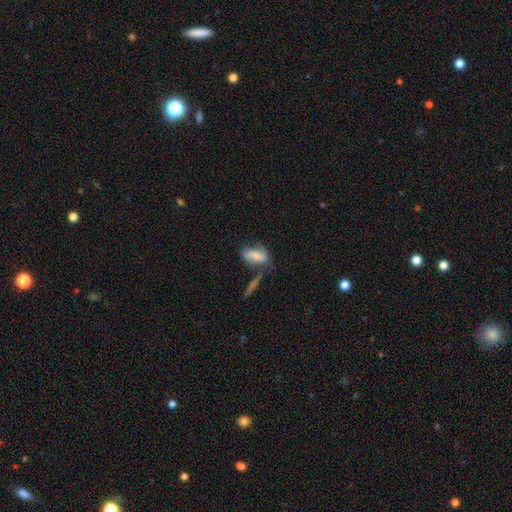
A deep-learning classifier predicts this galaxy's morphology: smooth_or_featured: smooth (p=0.47) [alt: featured or disk p=0.44]
merging: none (p=0.42) [alt: minor disturbance p=0.23]